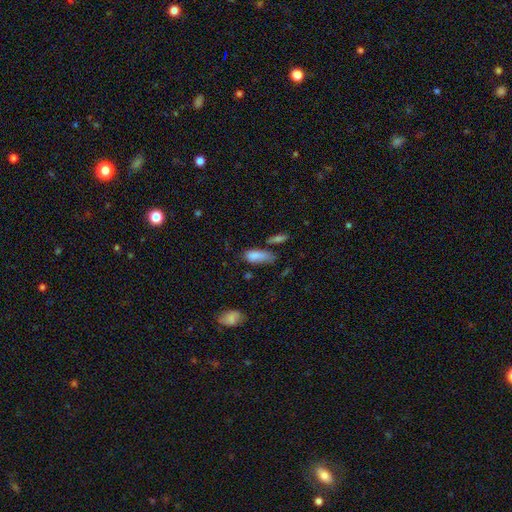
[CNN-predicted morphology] This is clearly a smooth galaxy (81%). How rounded: likely in between (78%). Merging: marginally none (38%).